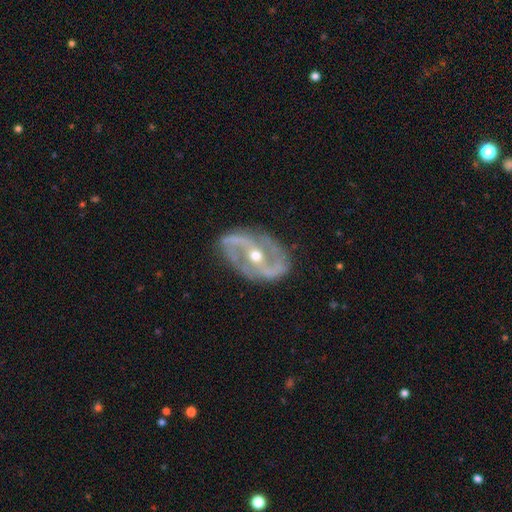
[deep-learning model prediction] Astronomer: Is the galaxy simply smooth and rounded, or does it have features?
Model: featured or disk — 88%.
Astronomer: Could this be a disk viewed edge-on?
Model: no — 95%.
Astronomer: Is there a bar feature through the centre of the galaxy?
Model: strong — 38% (runner-up: weak, 34%).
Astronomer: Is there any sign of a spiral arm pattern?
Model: yes — 90%.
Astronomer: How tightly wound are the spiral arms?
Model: medium — 48% (runner-up: loose, 28%).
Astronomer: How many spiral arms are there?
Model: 2 — 87%.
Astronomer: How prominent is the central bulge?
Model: moderate — 69%.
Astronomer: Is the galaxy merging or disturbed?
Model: none — 77%.